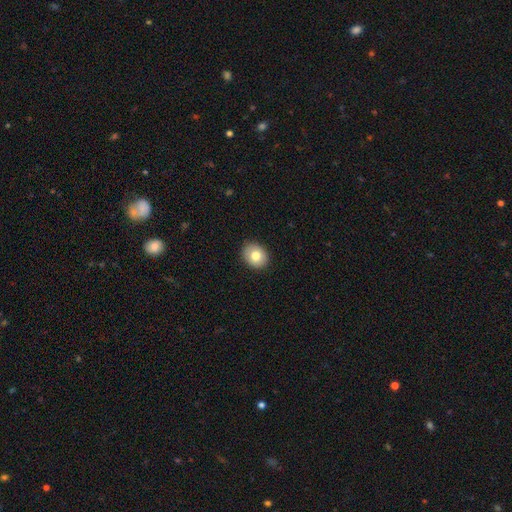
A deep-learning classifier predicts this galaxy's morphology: Overall: smooth (77%). How rounded: round (53%; in between 47%). Merging: none (89%).